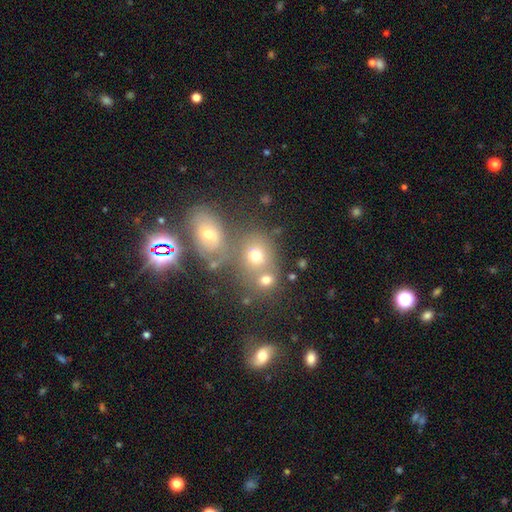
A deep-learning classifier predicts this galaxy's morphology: The model was most divided on "merging": none: 44%, merger: 39%, minor disturbance: 11%, major disturbance: 6%. More confident: smooth or featured — smooth (64%); how rounded — round (60%).